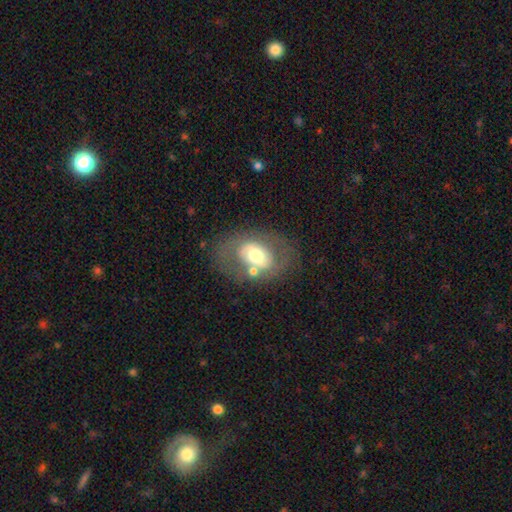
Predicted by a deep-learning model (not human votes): Overall: featured or disk (50%; smooth 42%). Merging: none (63%).